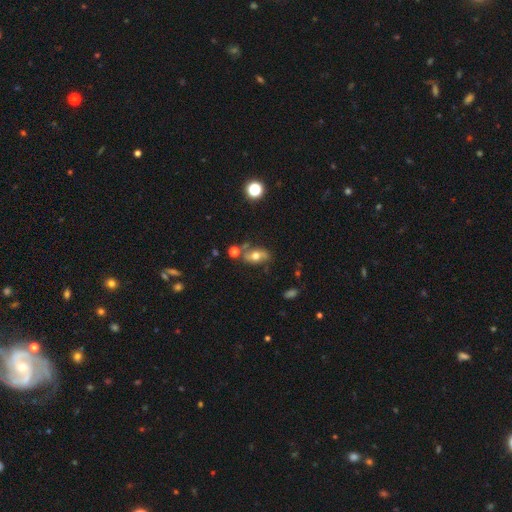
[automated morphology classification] Q: Smooth or featured?
A: smooth (51%); runner-up: featured or disk (38%)
Q: How rounded?
A: in between (79%); runner-up: round (16%)
Q: Merging?
A: none (59%); runner-up: minor disturbance (20%)